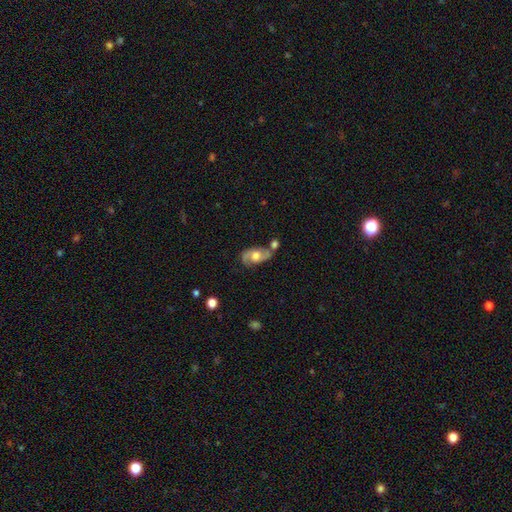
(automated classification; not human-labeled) Smooth or featured: featured or disk — 71% (smooth — 23%)
Edge-on disk: no — 95% (yes — 5%)
Bar: no — 65% (weak — 29%)
Spiral arms: yes — 87% (no — 13%)
Spiral winding: medium — 49% (loose — 27%)
Spiral arm count: 2 — 87% (can't tell — 7%)
Bulge size: moderate — 68% (large — 19%)
Merging: none — 57% (minor disturbance — 19%)